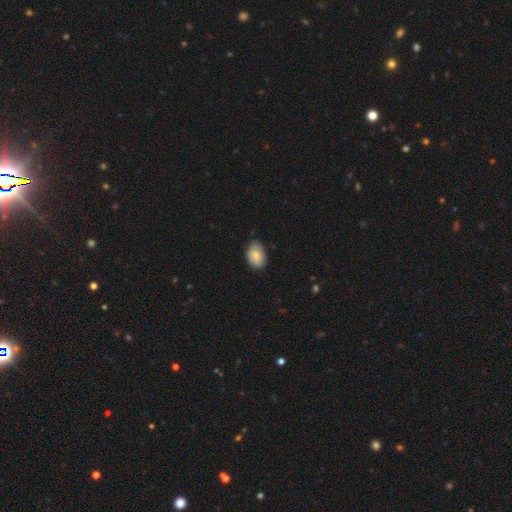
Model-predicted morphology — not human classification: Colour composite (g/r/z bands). It shows a smooth galaxy with no disk features (81%) that is in between round and cigar-shaped (87%). Merging: none (75%).